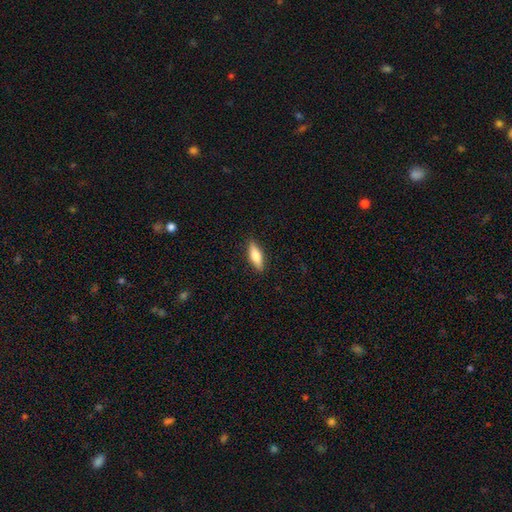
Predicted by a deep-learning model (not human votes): The model was most divided on "how rounded": in between: 56%, cigar-shaped: 42%, round: 2%. More confident: merging — none (88%); smooth or featured — smooth (69%).